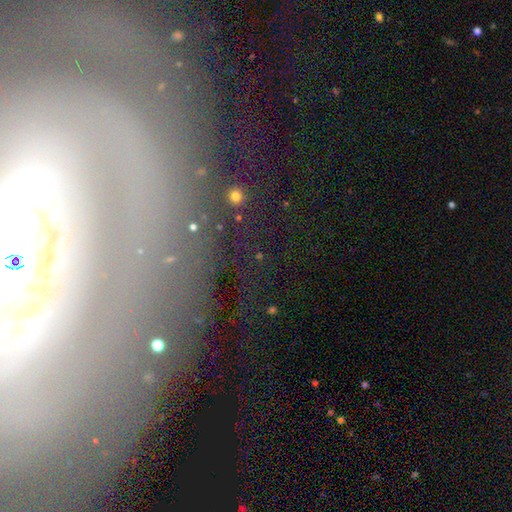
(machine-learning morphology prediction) This is marginally a featured or disk galaxy (44%). Merging: likely none (79%).